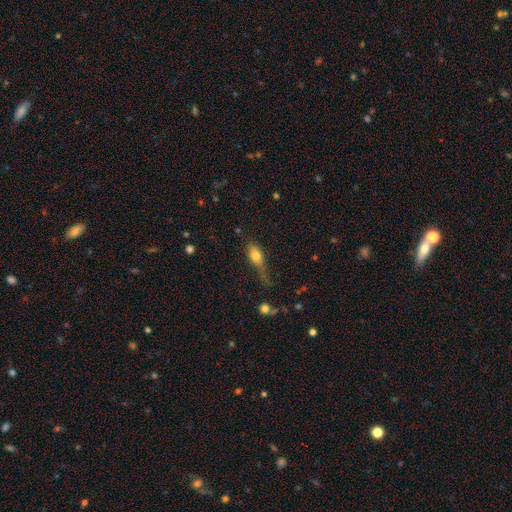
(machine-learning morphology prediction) smooth 72%, featured or disk 19%, star or artifact 9%. Down the decision tree: how rounded — in between (74%); merging — none (39%).